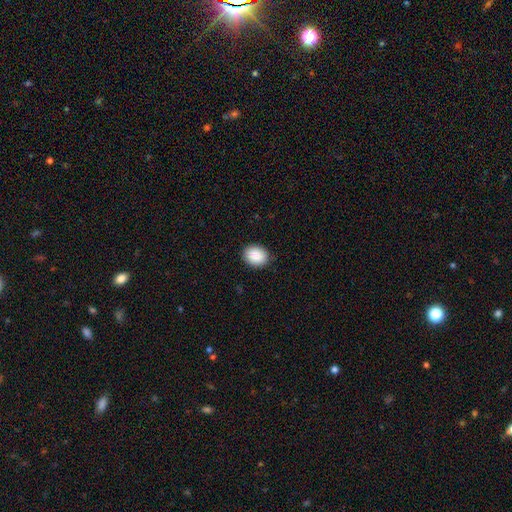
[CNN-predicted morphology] smooth-or-featured: smooth: 90% | star or artifact: 7% | featured or disk: 3%
  how-rounded: in between: 56% | round: 43% | cigar-shaped: 1%
  merging: none: 87% | minor disturbance: 10% | major disturbance: 2% | merger: 1%